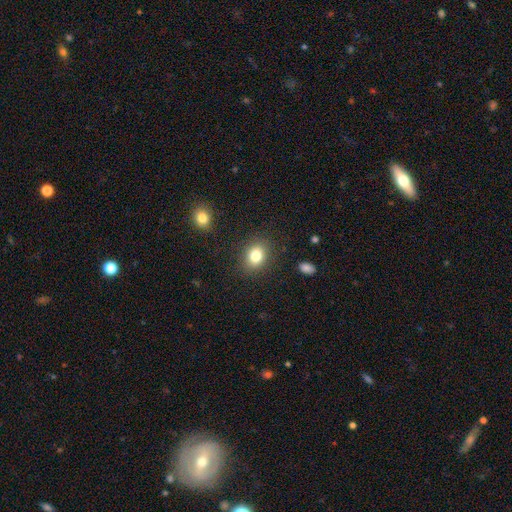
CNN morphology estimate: Smooth or featured?
  - smooth: 81% *
  - star or artifact: 11%
  - featured or disk: 8%
How rounded?
  - in between: 53% *
  - round: 46%
  - cigar-shaped: 1%
Merging?
  - none: 86% *
  - minor disturbance: 9%
  - major disturbance: 3%
  - merger: 2%